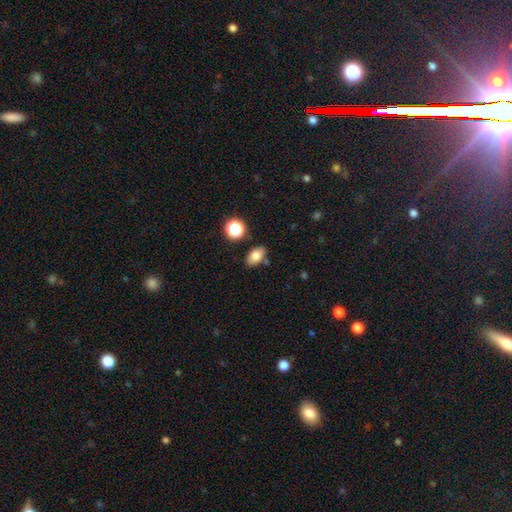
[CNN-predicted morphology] Smooth or featured: smooth — 80% (featured or disk — 10%)
How rounded: in between — 87% (round — 10%)
Merging: none — 79% (minor disturbance — 12%)